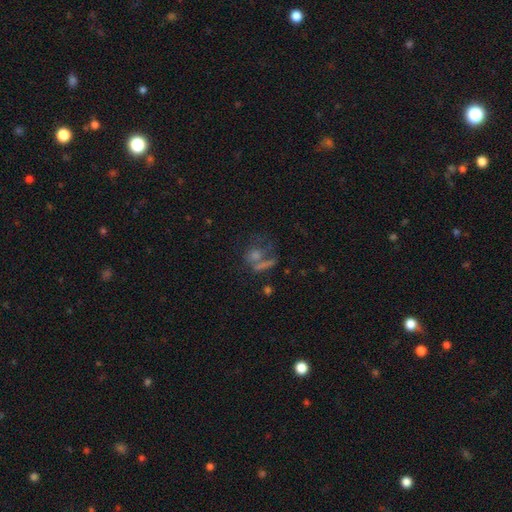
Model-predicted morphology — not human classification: This appears to be a featured or disk galaxy (40%). Merging: none (37%).